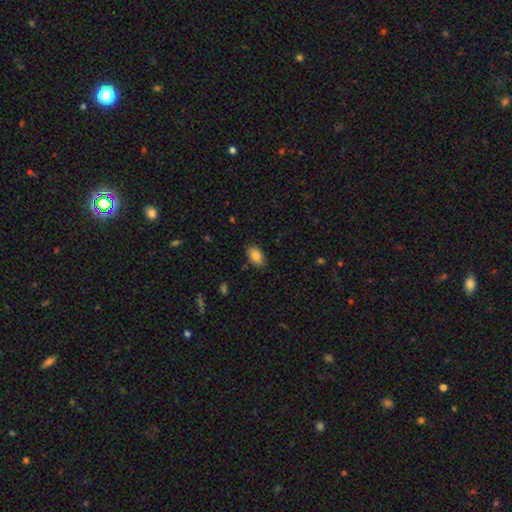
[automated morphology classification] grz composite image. It shows a smooth galaxy with no disk features (85%) that is in between round and cigar-shaped (90%). Merging: none (84%).